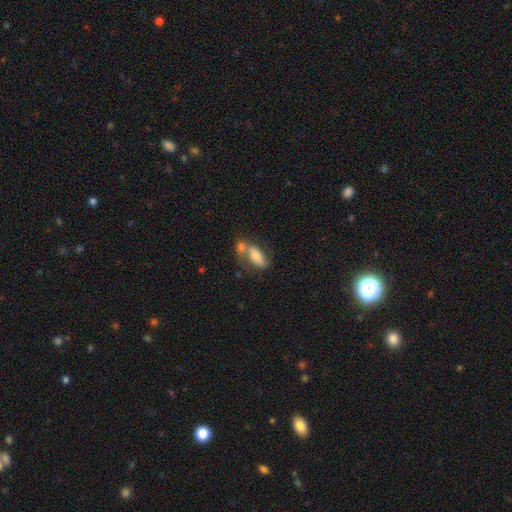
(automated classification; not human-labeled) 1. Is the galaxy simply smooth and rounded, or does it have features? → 66% smooth, 26% featured or disk, 8% star or artifact.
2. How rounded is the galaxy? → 83% in between, 13% cigar-shaped, 4% round.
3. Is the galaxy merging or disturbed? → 46% merger, 33% none, 13% minor disturbance, 8% major disturbance.